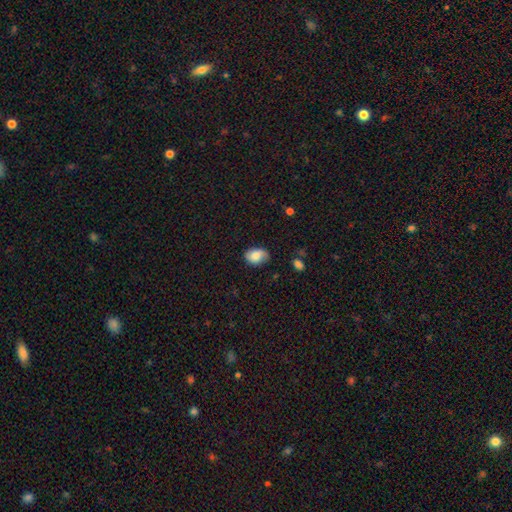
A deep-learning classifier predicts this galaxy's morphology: A smooth galaxy with no disk features (71%) that is in between round and cigar-shaped (78%).

Vote fractions:
- Smooth or featured? smooth: 71% / featured or disk: 20% / star or artifact: 8%
- How rounded? in between: 78% / round: 20% / cigar-shaped: 1%
- Merging? none: 67% / minor disturbance: 26% / major disturbance: 6% / merger: 2%